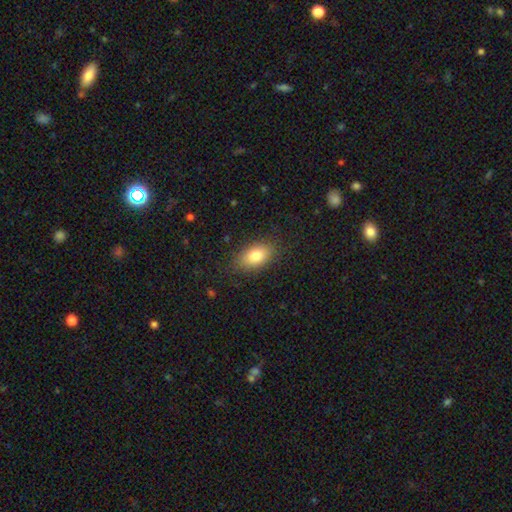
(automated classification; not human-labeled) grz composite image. It shows a smooth galaxy with no disk features (82%) that is in between round and cigar-shaped (89%). Merging: none (84%).